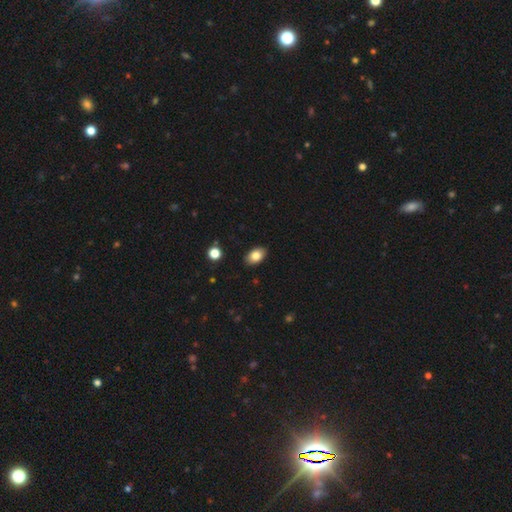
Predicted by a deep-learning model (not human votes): Overall: smooth (82%). How rounded: in between (89%). Merging: none (88%).